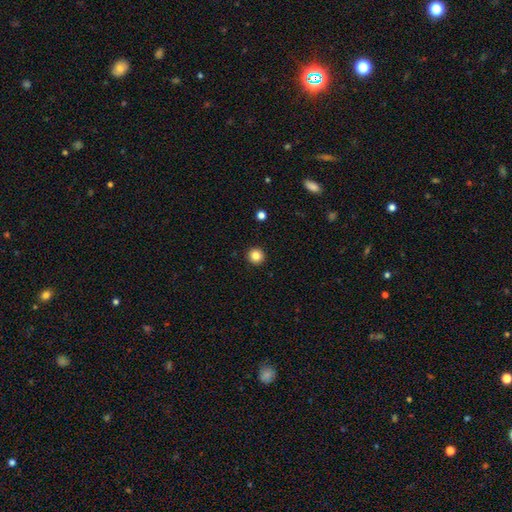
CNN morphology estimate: Q: Smooth or featured?
A: smooth (84%); runner-up: star or artifact (11%)
Q: How rounded?
A: round (95%); runner-up: in between (4%)
Q: Merging?
A: none (93%); runner-up: minor disturbance (4%)